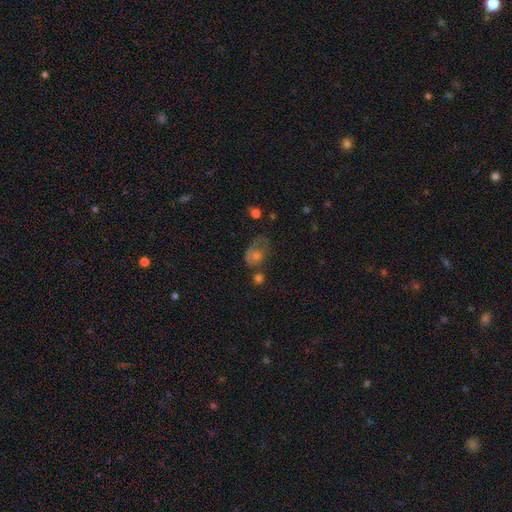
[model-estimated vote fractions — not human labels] Overall: smooth (50%; featured or disk 32%). How rounded: in between (61%; round 37%). Merging: none (32%; major disturbance 31%).